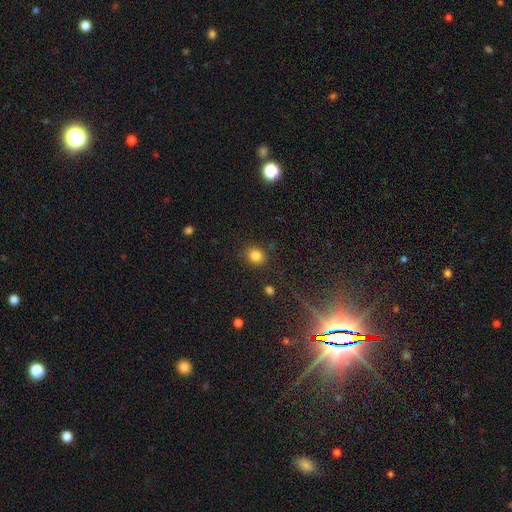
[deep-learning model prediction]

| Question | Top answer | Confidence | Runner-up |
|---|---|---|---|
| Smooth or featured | smooth | 83% | star or artifact (12%) |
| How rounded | round | 82% | in between (17%) |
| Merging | none | 86% | minor disturbance (9%) |